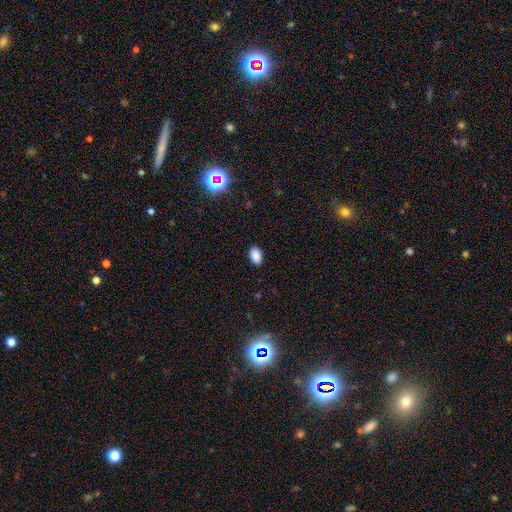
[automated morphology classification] Smooth or featured: smooth — 88% (star or artifact — 9%)
How rounded: in between — 90% (round — 9%)
Merging: none — 88% (minor disturbance — 9%)